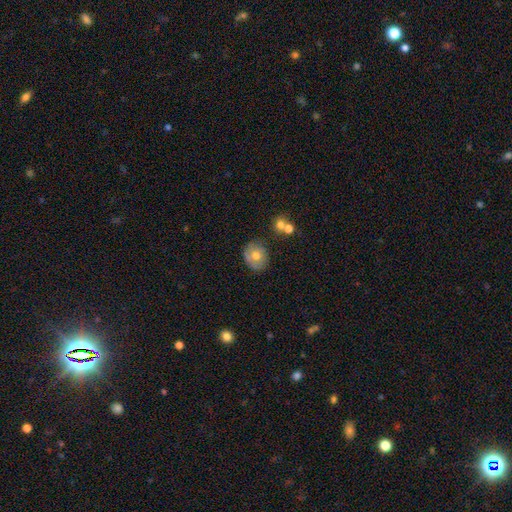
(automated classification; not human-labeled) A smooth galaxy with no disk features (67%) that is round (68%). Merging: none (66%).